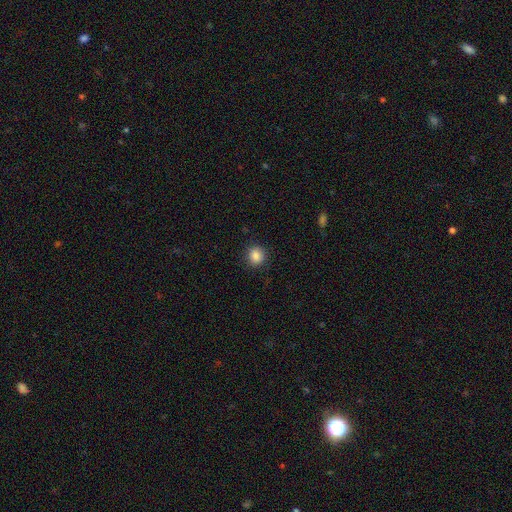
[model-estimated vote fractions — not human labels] Morphology: type=smooth (85%); roundness=round (88%); merging=none (91%).